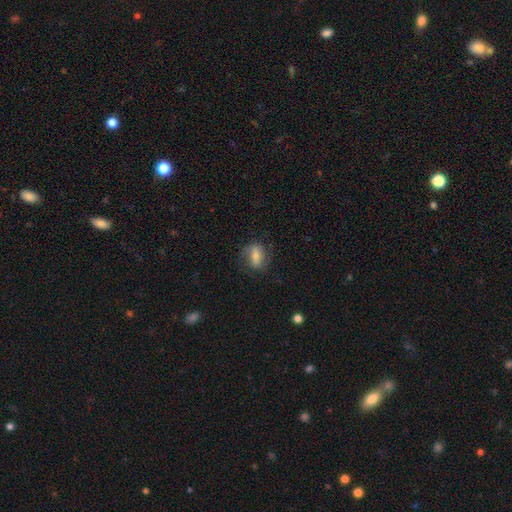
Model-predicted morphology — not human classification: Smooth or featured?
  - smooth: 66% *
  - featured or disk: 25%
  - star or artifact: 9%
How rounded?
  - in between: 73% *
  - round: 20%
  - cigar-shaped: 7%
Merging?
  - none: 72% *
  - minor disturbance: 18%
  - major disturbance: 8%
  - merger: 1%